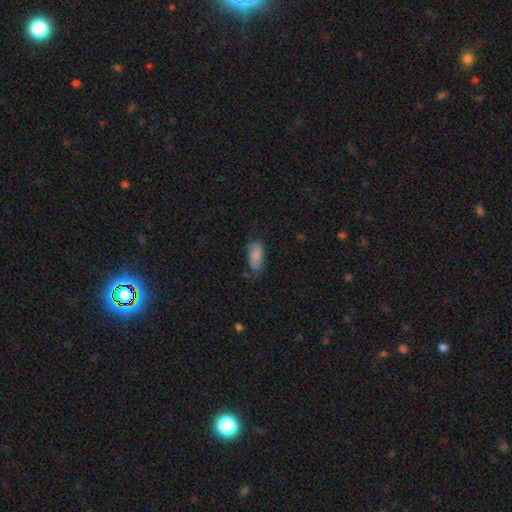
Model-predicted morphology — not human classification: This is clearly a smooth galaxy (85%). How rounded: clearly in between (88%). Merging: possibly none (59%).